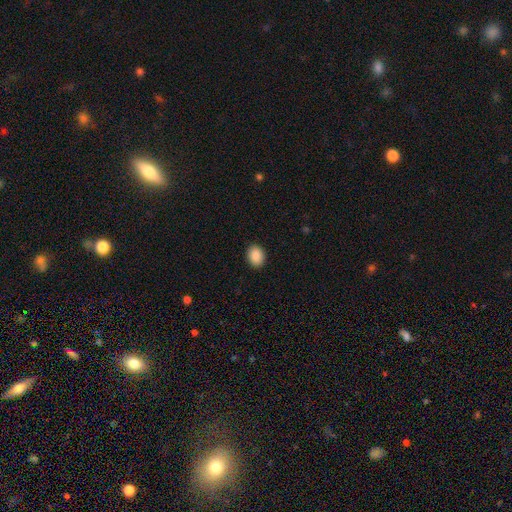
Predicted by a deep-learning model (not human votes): smooth_or_featured: smooth (p=0.89) [alt: star or artifact p=0.08]
how_rounded: in between (p=0.62) [alt: round p=0.37]
merging: none (p=0.91) [alt: minor disturbance p=0.07]